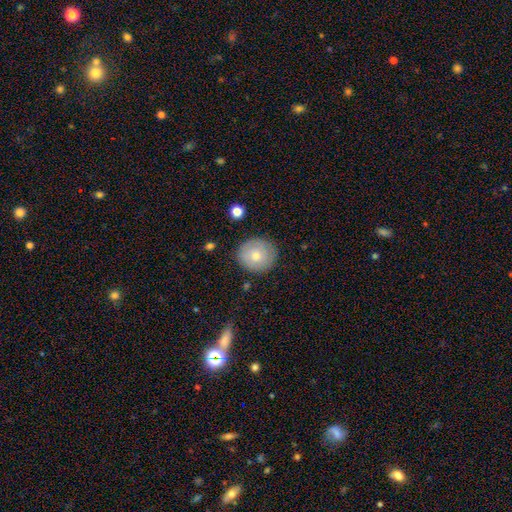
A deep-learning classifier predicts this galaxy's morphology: Smooth or featured? Predicted: smooth (p=0.69). How rounded? Predicted: round (p=0.87). Merging? Predicted: none (p=0.85).